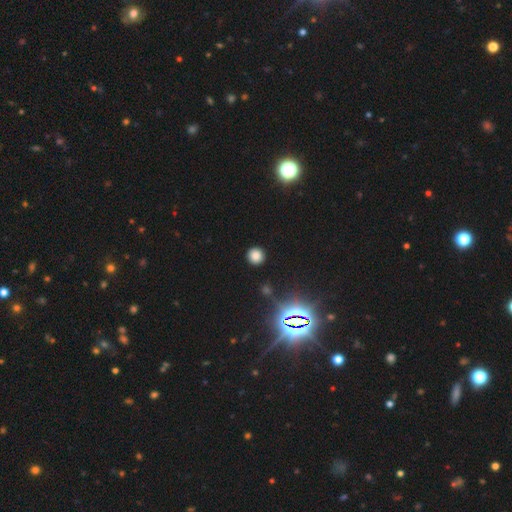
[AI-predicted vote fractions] This appears to be a smooth galaxy with no disk features (77%) that is round (93%). Merging: none (91%).